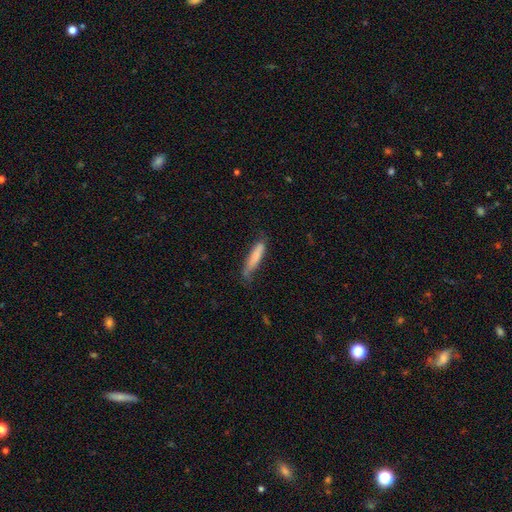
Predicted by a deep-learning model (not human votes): smooth-or-featured: smooth: 78% | featured or disk: 16% | star or artifact: 6%
  how-rounded: cigar-shaped: 85% | in between: 13% | round: 1%
  merging: none: 58% | minor disturbance: 31% | major disturbance: 9% | merger: 2%